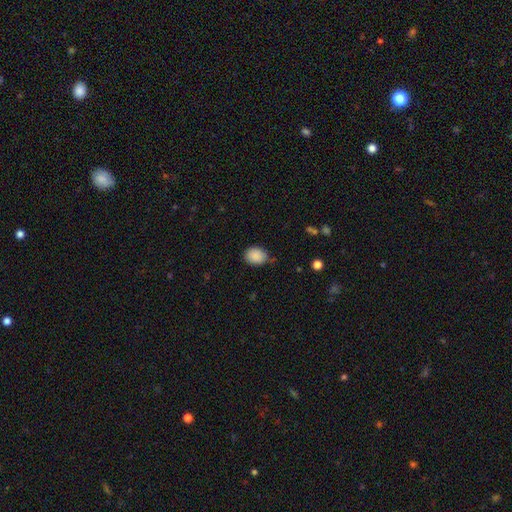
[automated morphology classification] A smooth galaxy with no disk features (88%) that is in between round and cigar-shaped (50%). Merging: none (69%).